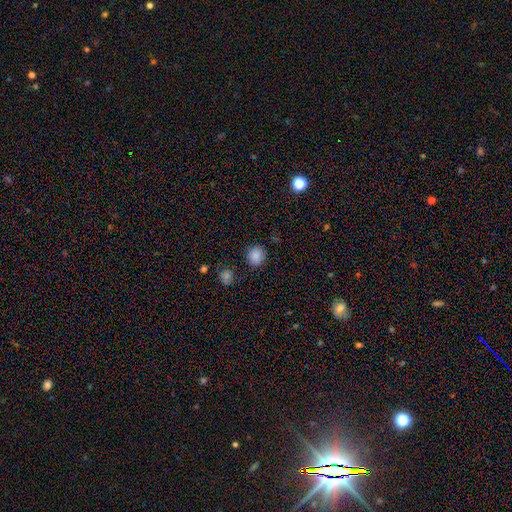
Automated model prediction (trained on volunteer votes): Smooth or featured?
  - smooth: 85% *
  - star or artifact: 11%
  - featured or disk: 4%
How rounded?
  - round: 84% *
  - in between: 15%
  - cigar-shaped: 1%
Merging?
  - none: 85% *
  - minor disturbance: 10%
  - major disturbance: 3%
  - merger: 2%